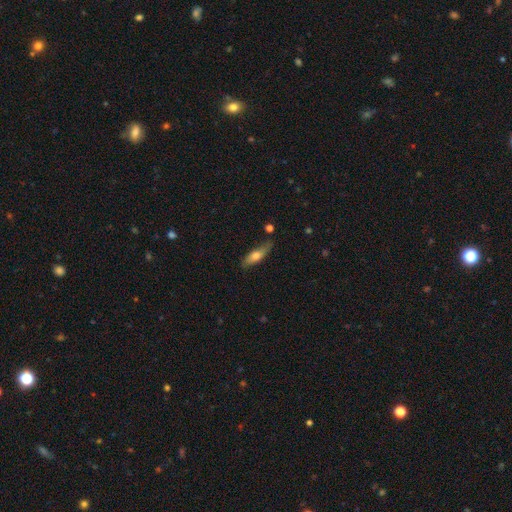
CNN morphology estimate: Q: Smooth or featured?
A: smooth (60%); runner-up: featured or disk (33%)
Q: How rounded?
A: cigar-shaped (56%); runner-up: in between (42%)
Q: Merging?
A: none (66%); runner-up: minor disturbance (24%)